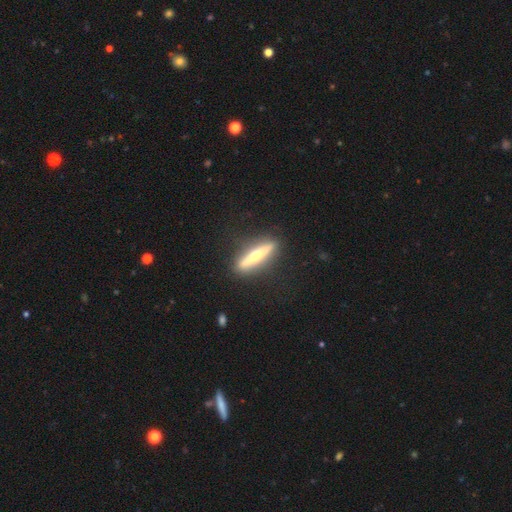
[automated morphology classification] Overall: featured or disk (69%). Edge-on disk: yes (95%). Edge-on bulge: rounded (93%). Merging: none (89%).